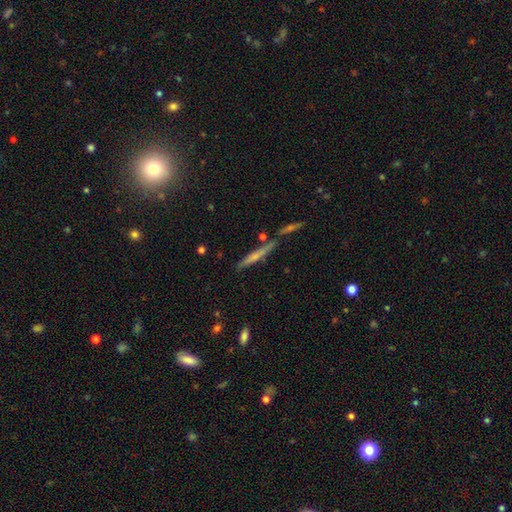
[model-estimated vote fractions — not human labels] Morphology: type=smooth (47%); merging=none (70%).